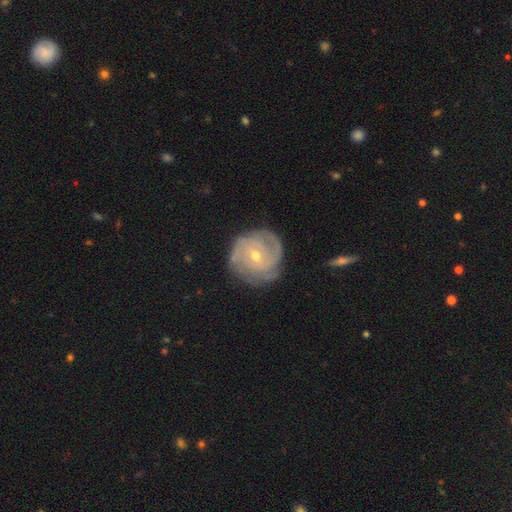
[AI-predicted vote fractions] smooth_or_featured: featured or disk (p=0.82) [alt: smooth p=0.12]
disk_edge_on: no (p=0.97) [alt: yes p=0.03]
bar: no (p=0.53) [alt: weak p=0.37]
has_spiral_arms: yes (p=0.94) [alt: no p=0.06]
spiral_winding: tight (p=0.66) [alt: medium p=0.27]
spiral_arm_count: can't tell (p=0.29) [alt: 3 p=0.25]
bulge_size: small (p=0.57) [alt: moderate p=0.40]
merging: none (p=0.76) [alt: minor disturbance p=0.17]